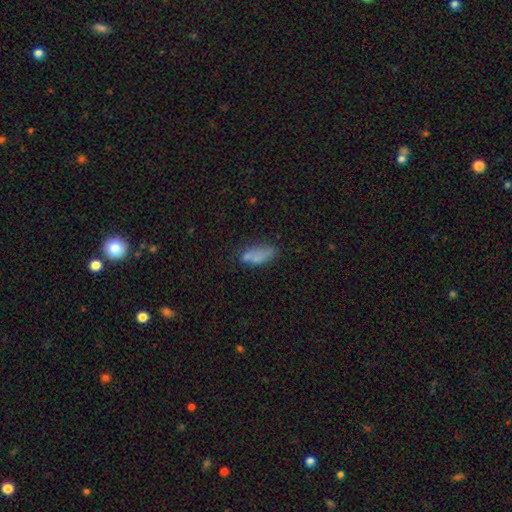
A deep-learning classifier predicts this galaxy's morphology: Smooth or featured: smooth — 73% (featured or disk — 17%)
How rounded: in between — 78% (cigar-shaped — 19%)
Merging: none — 49% (minor disturbance — 23%)